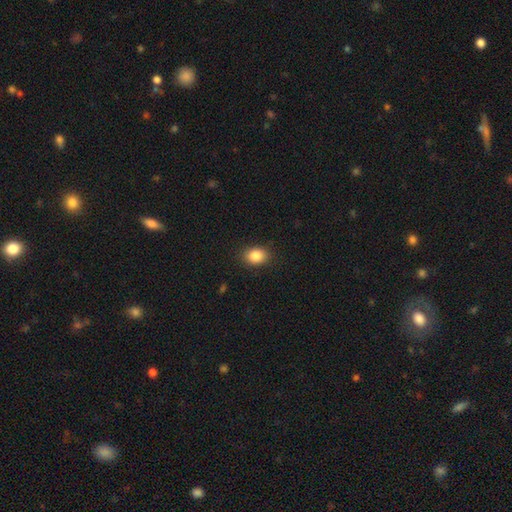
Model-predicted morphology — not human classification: A smooth galaxy with no disk features (86%) that is in between round and cigar-shaped (61%). Merging: none (88%).